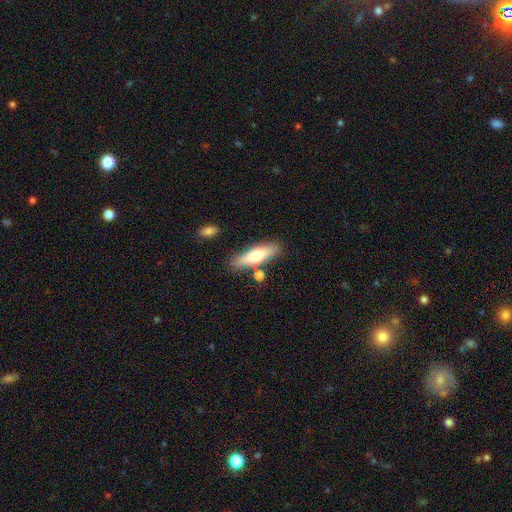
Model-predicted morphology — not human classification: smooth_or_featured: smooth (p=0.62) [alt: featured or disk p=0.31]
how_rounded: cigar-shaped (p=0.62) [alt: in between p=0.36]
merging: none (p=0.79) [alt: minor disturbance p=0.11]